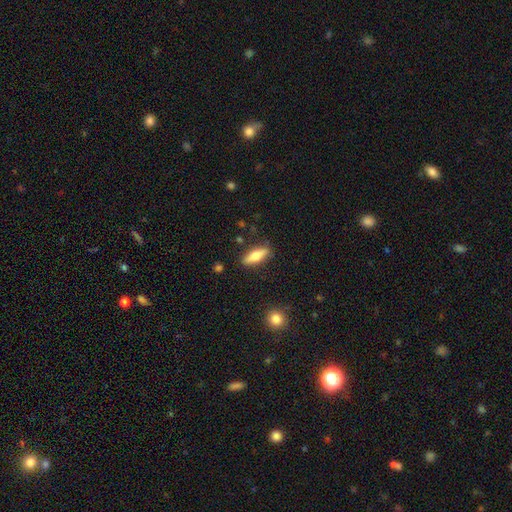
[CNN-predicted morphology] This is likely a smooth galaxy (64%). How rounded: possibly in between (51%). Merging: clearly none (86%).